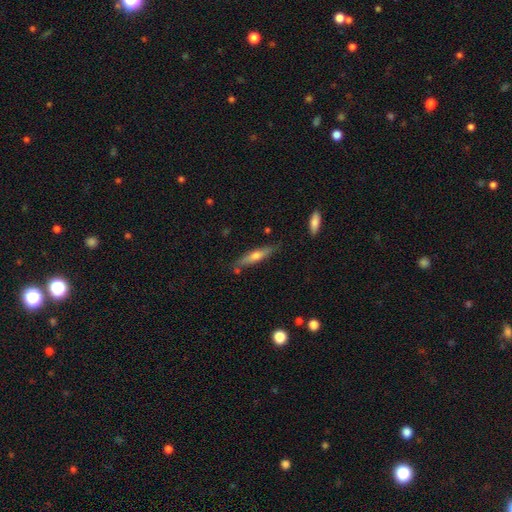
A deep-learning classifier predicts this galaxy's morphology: smooth 48%, featured or disk 46%, star or artifact 7%. Down the decision tree: merging — none (80%).